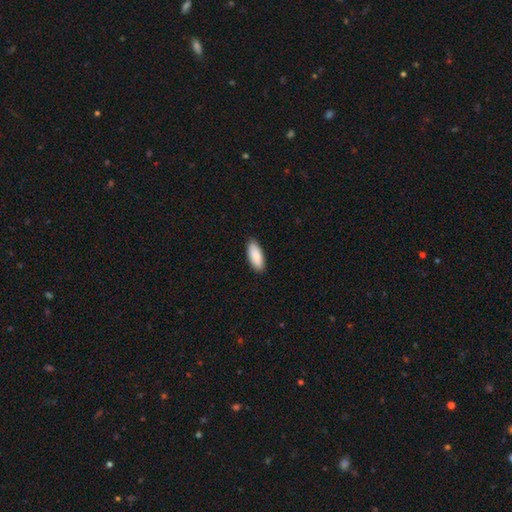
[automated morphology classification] Smooth or featured?
  - smooth: 88% *
  - featured or disk: 7%
  - star or artifact: 5%
How rounded?
  - in between: 81% *
  - cigar-shaped: 17%
  - round: 2%
Merging?
  - none: 87% *
  - minor disturbance: 10%
  - major disturbance: 2%
  - merger: 1%